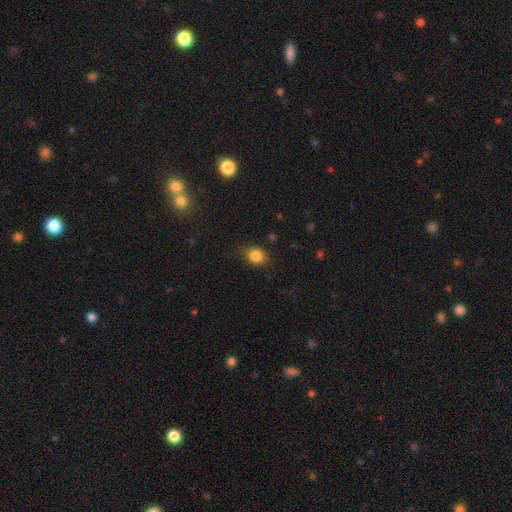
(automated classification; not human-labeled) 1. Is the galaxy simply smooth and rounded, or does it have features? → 85% smooth, 10% star or artifact, 5% featured or disk.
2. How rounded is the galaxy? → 52% round, 47% in between, 1% cigar-shaped.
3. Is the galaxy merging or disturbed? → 82% none, 13% minor disturbance, 3% major disturbance, 1% merger.